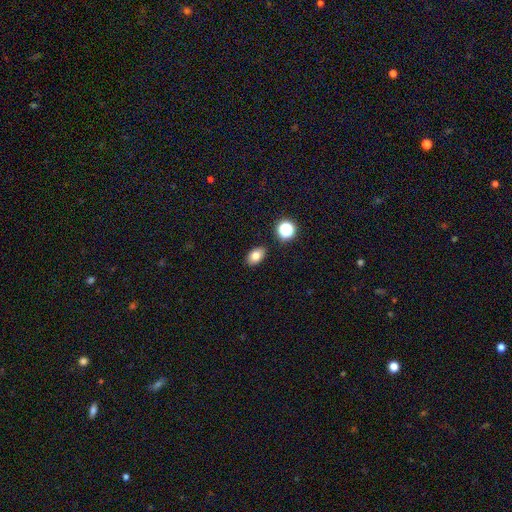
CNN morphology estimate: Overall: smooth (79%). How rounded: in between (85%). Merging: none (87%).